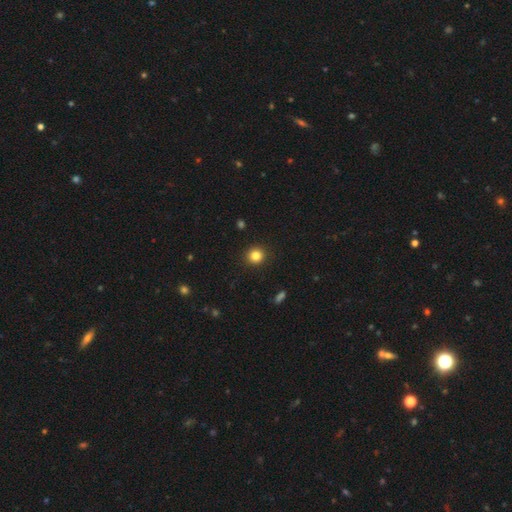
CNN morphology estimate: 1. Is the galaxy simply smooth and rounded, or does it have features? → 83% smooth, 12% star or artifact, 5% featured or disk.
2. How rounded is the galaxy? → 91% round, 8% in between, 1% cigar-shaped.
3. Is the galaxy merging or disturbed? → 92% none, 5% minor disturbance, 2% major disturbance, 1% merger.